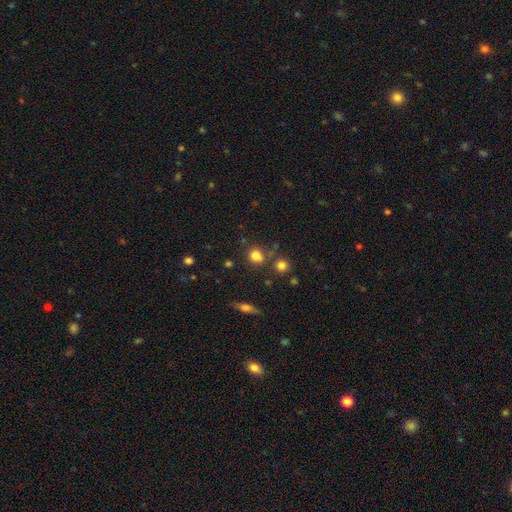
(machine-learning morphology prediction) type=smooth (78%); roundness=round (75%); merging=none (69%).